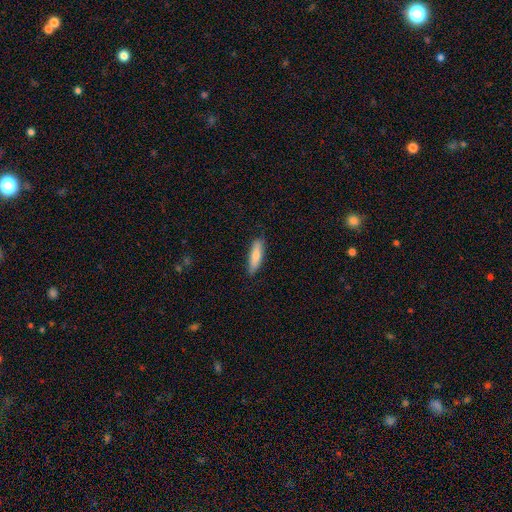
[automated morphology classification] The model was most divided on "how rounded": cigar-shaped: 67%, in between: 32%, round: 2%. More confident: merging — none (85%); smooth or featured — smooth (78%).